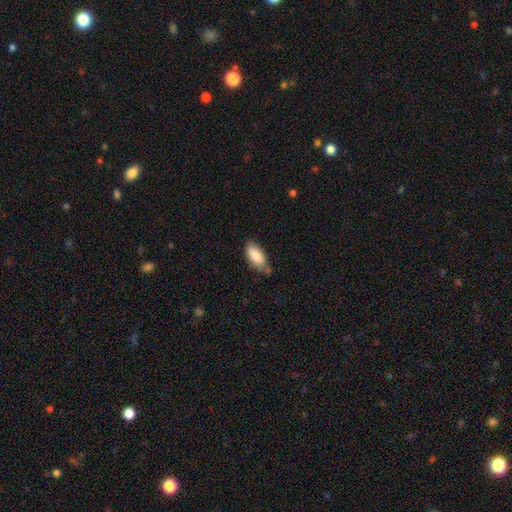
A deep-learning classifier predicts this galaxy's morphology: This is clearly a smooth galaxy (87%). How rounded: clearly in between (88%). Merging: likely none (64%).